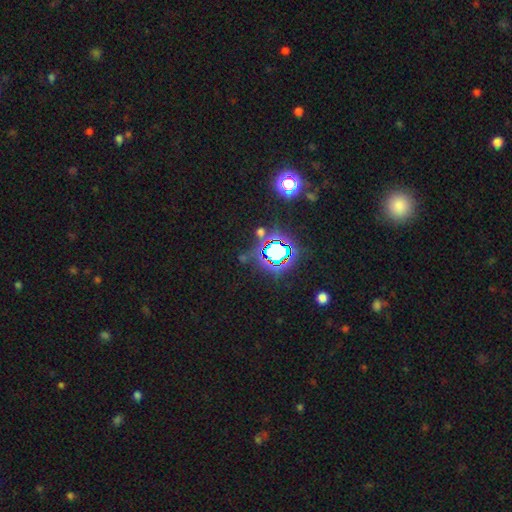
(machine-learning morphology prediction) A star or artifact, not a galaxy (80%).

Vote fractions:
- Smooth or featured? star or artifact: 80% / smooth: 13% / featured or disk: 7%